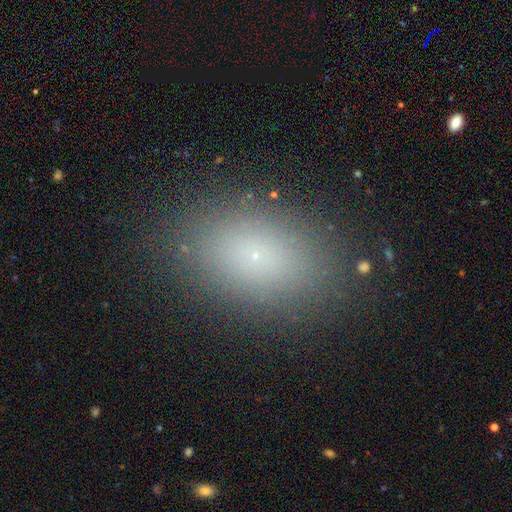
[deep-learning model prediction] This is likely a smooth galaxy (73%). How rounded: clearly in between (87%). Merging: clearly none (86%).